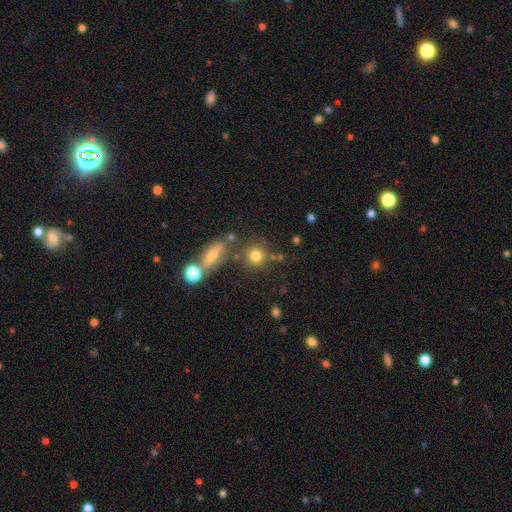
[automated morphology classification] type=smooth (77%); roundness=round (85%); merging=none (70%).